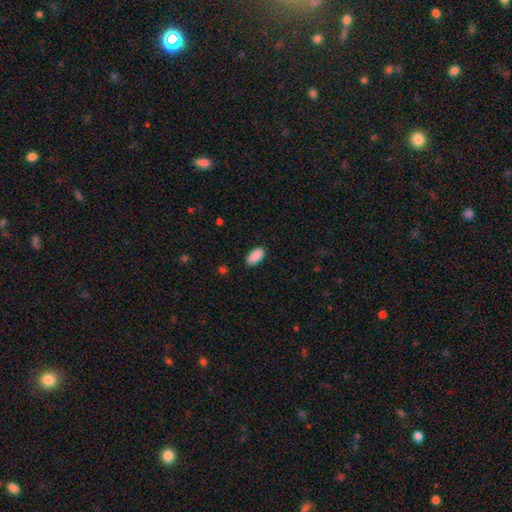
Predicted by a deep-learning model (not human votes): smooth_or_featured: smooth (p=0.91) [alt: star or artifact p=0.07]
how_rounded: in between (p=0.94) [alt: cigar-shaped p=0.03]
merging: none (p=0.87) [alt: minor disturbance p=0.10]